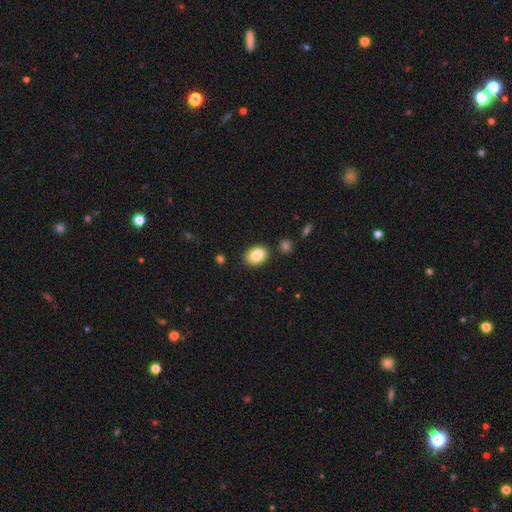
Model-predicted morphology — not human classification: smooth_or_featured: smooth (p=0.86) [alt: star or artifact p=0.08]
how_rounded: in between (p=0.71) [alt: round p=0.28]
merging: none (p=0.83) [alt: minor disturbance p=0.10]